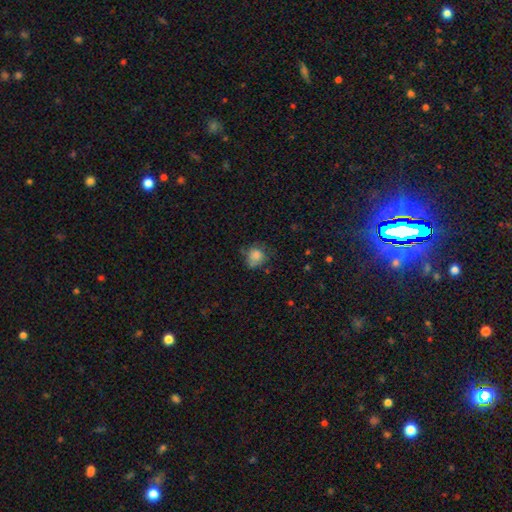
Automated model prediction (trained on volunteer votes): This is likely a smooth galaxy (78%). How rounded: likely round (72%). Merging: possibly none (51%).